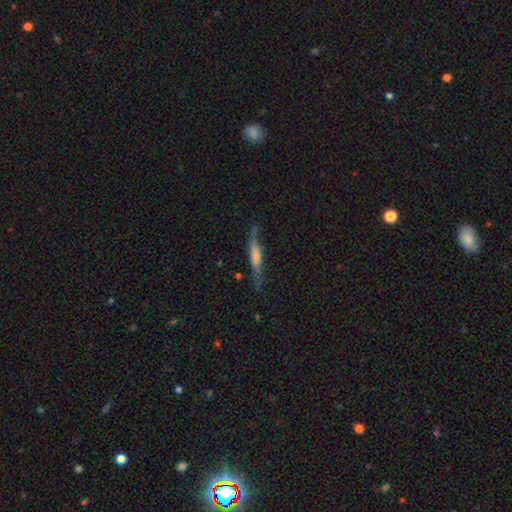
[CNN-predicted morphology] smooth_or_featured: featured or disk (p=0.54) [alt: smooth p=0.39]
disk_edge_on: yes (p=0.87) [alt: no p=0.13]
merging: none (p=0.69) [alt: minor disturbance p=0.21]